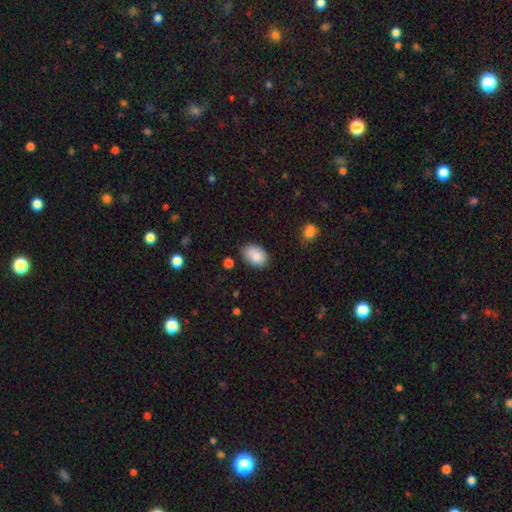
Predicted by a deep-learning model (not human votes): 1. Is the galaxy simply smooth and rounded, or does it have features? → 85% smooth, 7% featured or disk, 7% star or artifact.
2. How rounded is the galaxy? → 88% in between, 10% round, 1% cigar-shaped.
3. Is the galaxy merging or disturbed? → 72% none, 21% minor disturbance, 4% major disturbance, 3% merger.